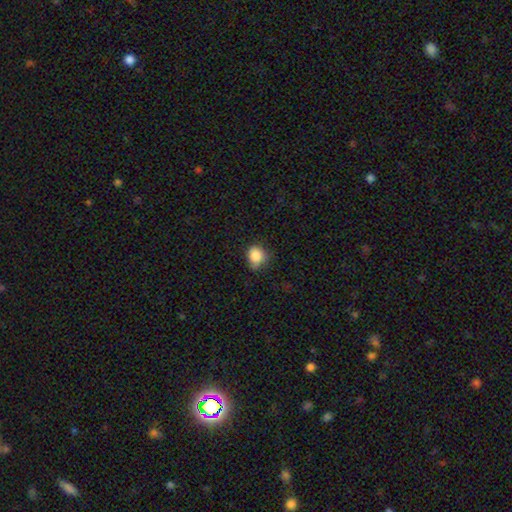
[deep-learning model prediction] smooth 86%, star or artifact 9%, featured or disk 5%. Down the decision tree: how rounded — round (60%); merging — none (56%).